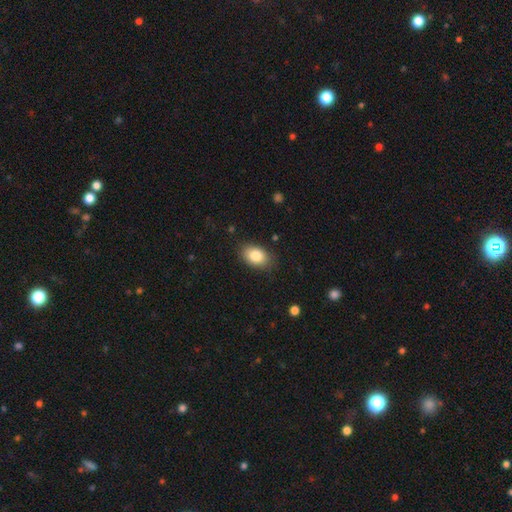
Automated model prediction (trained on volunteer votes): smooth 84%, featured or disk 8%, star or artifact 8%. Down the decision tree: how rounded — in between (86%); merging — none (82%).